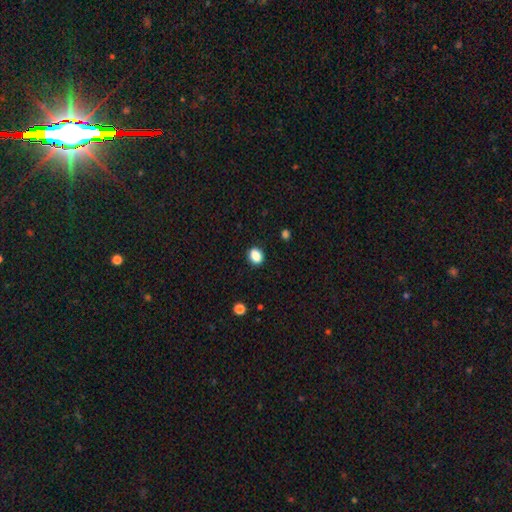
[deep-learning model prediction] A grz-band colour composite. It shows a smooth galaxy with no disk features (87%) that is in between round and cigar-shaped (55%). Merging: none (88%).